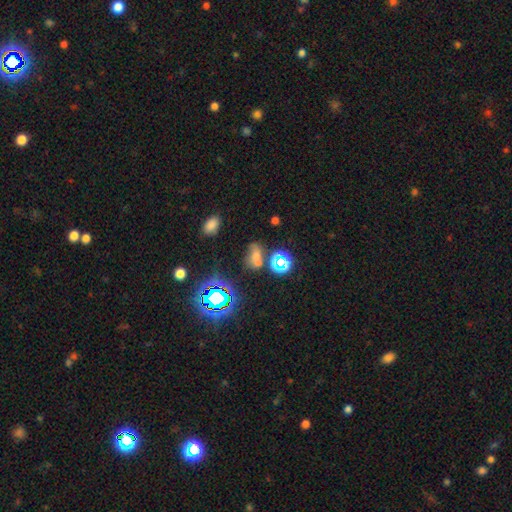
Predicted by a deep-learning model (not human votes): smooth_or_featured: smooth (p=0.45) [alt: star or artifact p=0.41]
merging: none (p=0.45) [alt: merger p=0.31]